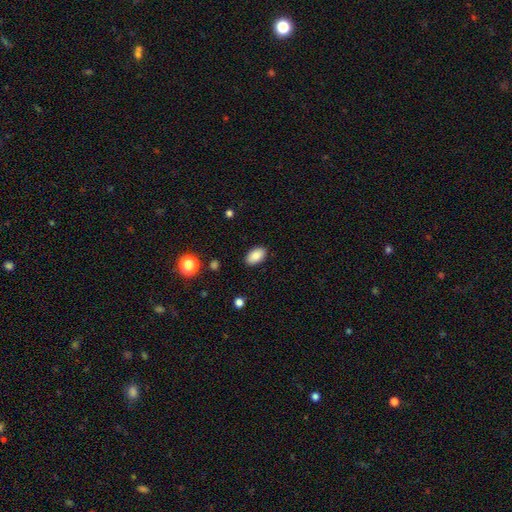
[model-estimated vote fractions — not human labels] The model was most divided on "smooth or featured": smooth: 87%, star or artifact: 8%, featured or disk: 5%. More confident: how rounded — in between (93%); merging — none (88%).